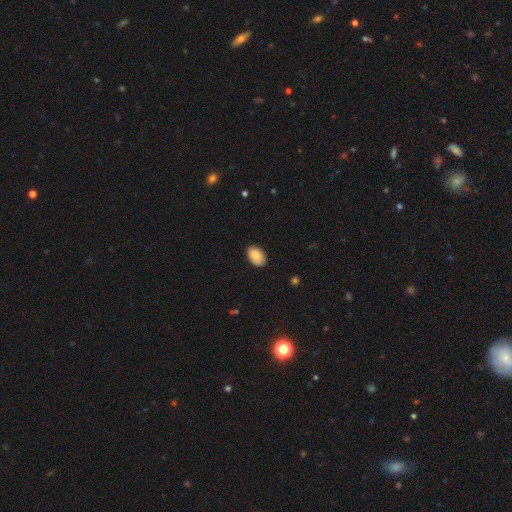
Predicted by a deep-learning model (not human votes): A smooth galaxy with no disk features (87%) that is in between round and cigar-shaped (91%). Merging: none (86%).